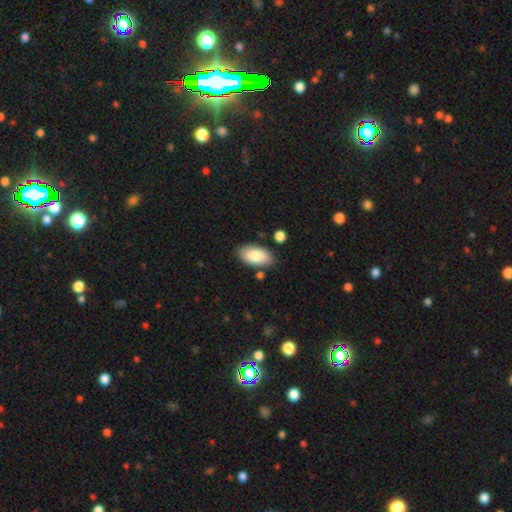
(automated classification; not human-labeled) Smooth or featured? smooth (83%)
How rounded? in between (95%)
Merging? none (82%)